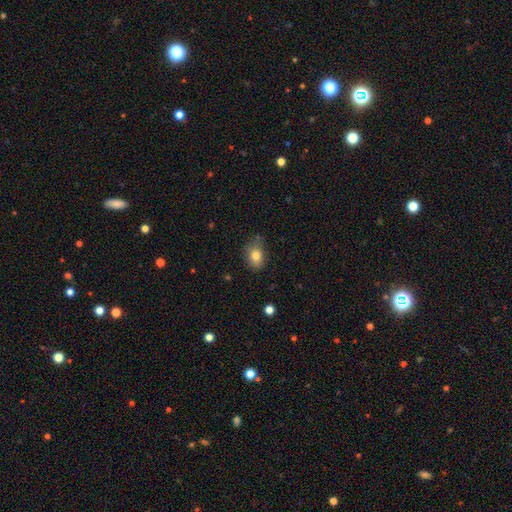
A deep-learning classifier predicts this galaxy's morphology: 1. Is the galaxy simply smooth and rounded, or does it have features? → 81% smooth, 10% featured or disk, 9% star or artifact.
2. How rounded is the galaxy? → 75% in between, 24% round, 1% cigar-shaped.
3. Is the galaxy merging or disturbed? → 70% none, 23% minor disturbance, 5% major disturbance, 2% merger.